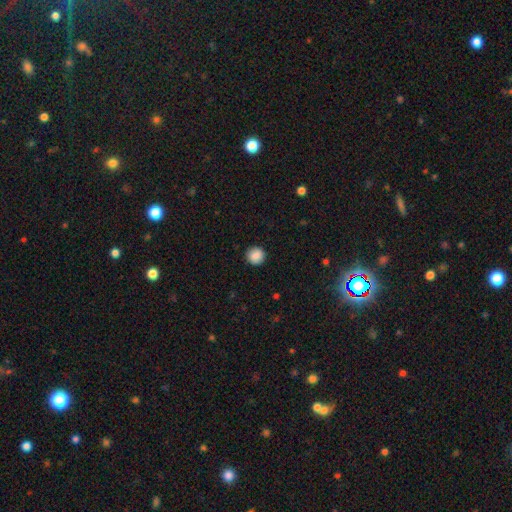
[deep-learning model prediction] A smooth galaxy with no disk features (88%) that is round (94%). Merging: none (91%).